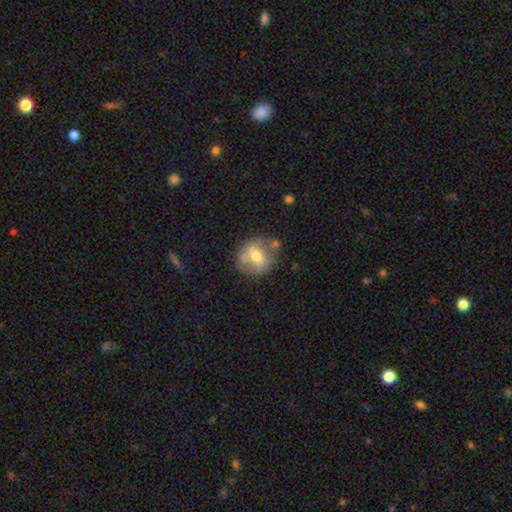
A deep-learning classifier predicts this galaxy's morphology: A smooth galaxy with no disk features (47%).

Vote fractions:
- Smooth or featured? smooth: 47% / featured or disk: 45% / star or artifact: 8%
- Merging? none: 62% / minor disturbance: 22% / merger: 8% / major disturbance: 8%